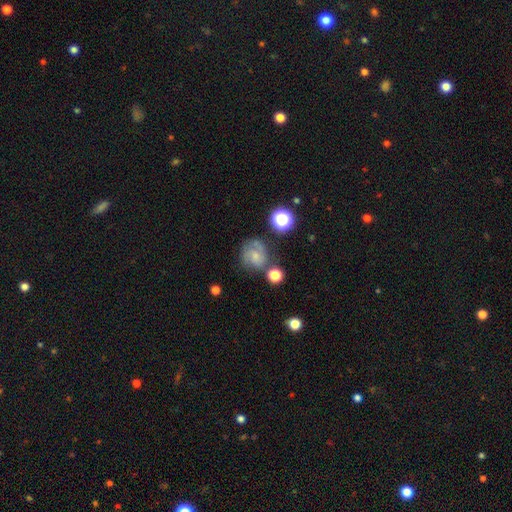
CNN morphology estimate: featured or disk 55%, smooth 33%, star or artifact 12%. Down the decision tree: edge-on disk — no (98%); bar — no (69%); spiral arms — yes (87%); bulge size — small (61%); merging — none (58%).